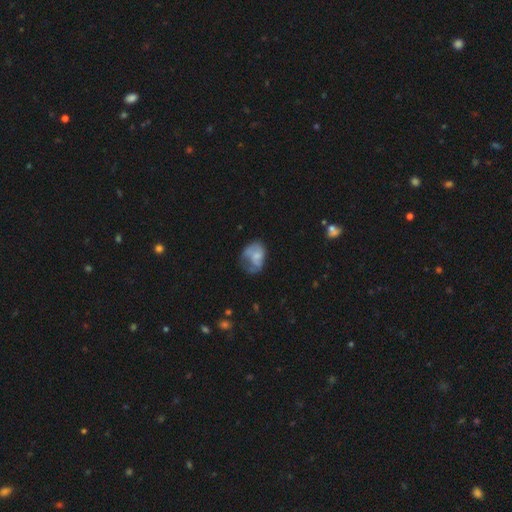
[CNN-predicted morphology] smooth-or-featured: smooth: 55% | featured or disk: 36% | star or artifact: 9%
  how-rounded: in between: 67% | round: 31% | cigar-shaped: 1%
  merging: major disturbance: 36% | minor disturbance: 31% | none: 29% | merger: 4%